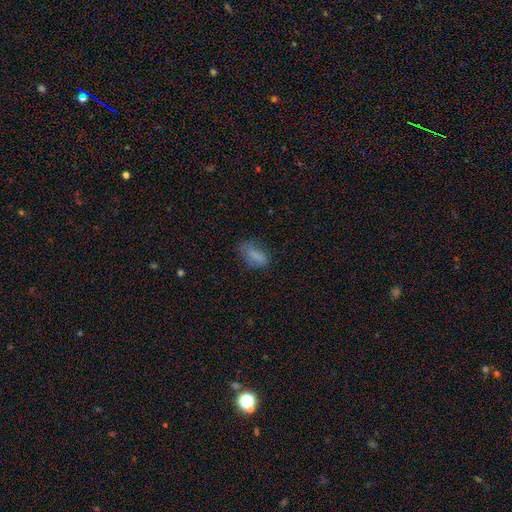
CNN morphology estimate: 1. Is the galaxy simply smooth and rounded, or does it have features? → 76% smooth, 13% featured or disk, 11% star or artifact.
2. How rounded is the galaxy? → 86% in between, 8% cigar-shaped, 6% round.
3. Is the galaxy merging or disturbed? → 58% none, 27% minor disturbance, 13% major disturbance, 2% merger.